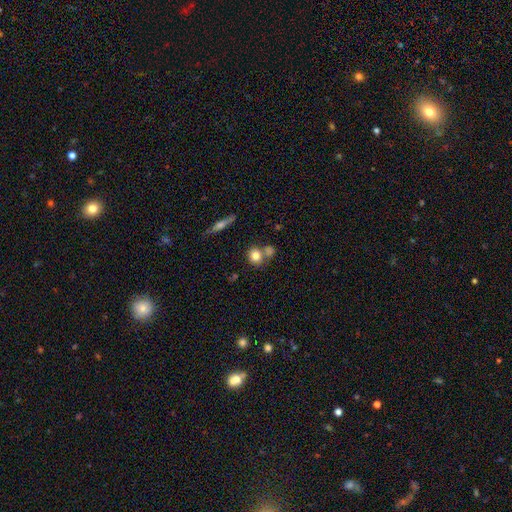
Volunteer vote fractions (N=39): A smooth galaxy with no disk features (77%) that is round (87%).

Vote fractions:
- Smooth or featured? smooth: 77% / featured or disk: 13% / star or artifact: 10%
- How rounded? round: 87% / in between: 13% / cigar-shaped: 0%
- Merging? none: 43% / merger: 40% / minor disturbance: 9% / major disturbance: 9%